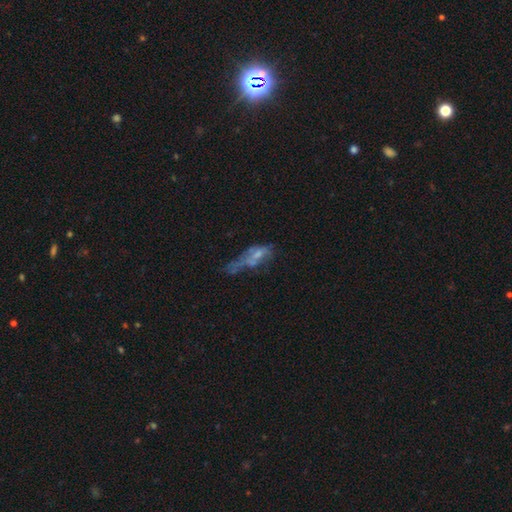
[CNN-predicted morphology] Smooth or featured: featured or disk — 46% (smooth — 39%)
Merging: major disturbance — 39% (none — 23%)